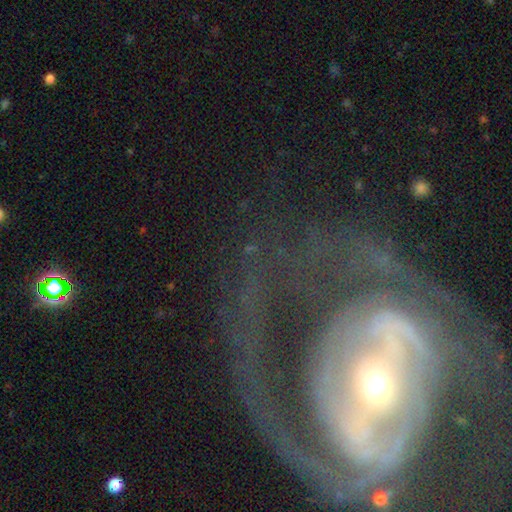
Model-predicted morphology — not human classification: Smooth or featured? featured or disk (83%)
Edge-on disk? no (95%)
Bar? strong (41%)
Spiral arms? yes (79%)
Spiral winding? tight (52%)
Spiral arm count? 2 (46%)
Bulge size? small (56%)
Merging? none (57%)